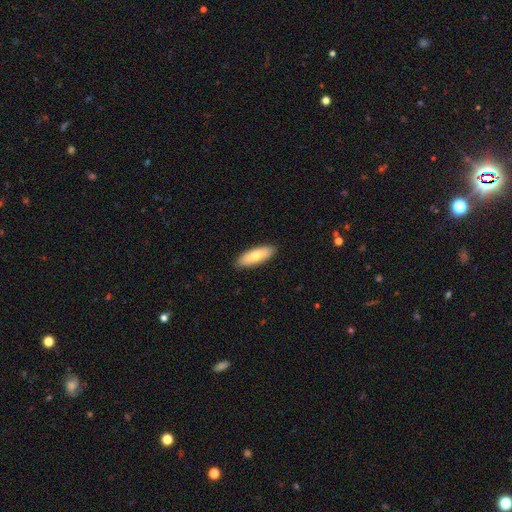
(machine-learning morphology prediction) smooth-or-featured: smooth: 73% | featured or disk: 22% | star or artifact: 6%
  how-rounded: in between: 61% | cigar-shaped: 37% | round: 2%
  merging: none: 89% | minor disturbance: 8% | major disturbance: 2% | merger: 1%